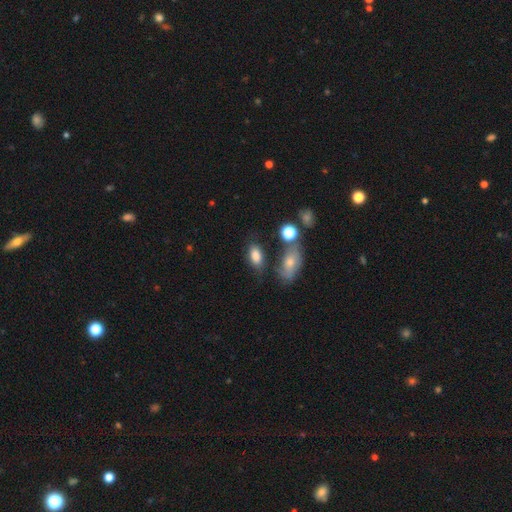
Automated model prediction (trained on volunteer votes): smooth-or-featured: smooth: 79% | featured or disk: 11% | star or artifact: 10%
  how-rounded: in between: 88% | round: 8% | cigar-shaped: 4%
  merging: none: 62% | minor disturbance: 19% | merger: 12% | major disturbance: 7%